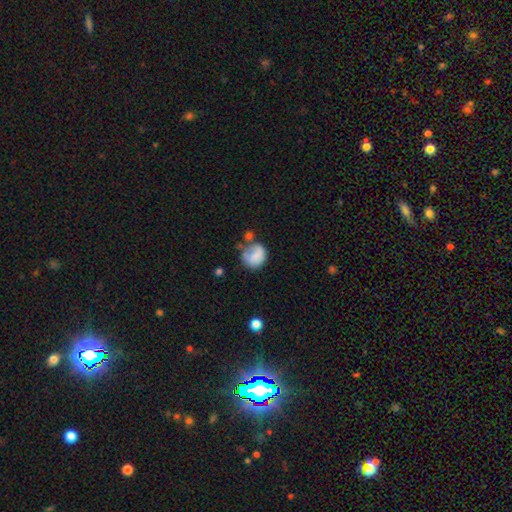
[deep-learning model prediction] A smooth galaxy with no disk features (75%) that is round (70%). Merging: none (42%).